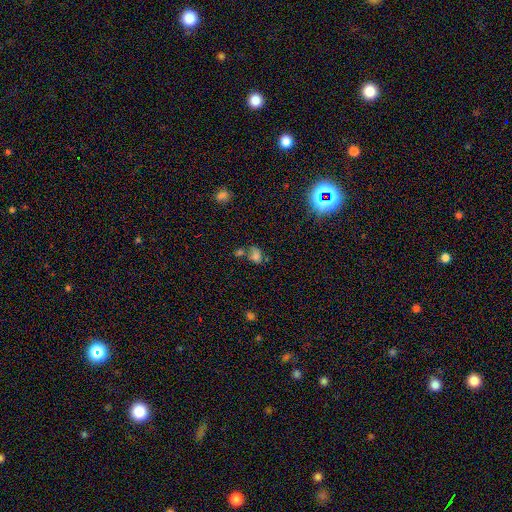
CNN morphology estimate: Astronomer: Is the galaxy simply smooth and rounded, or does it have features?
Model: smooth — 67%.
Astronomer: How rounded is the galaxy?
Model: in between — 68%.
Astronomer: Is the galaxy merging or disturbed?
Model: merger — 37% (runner-up: none, 34%).